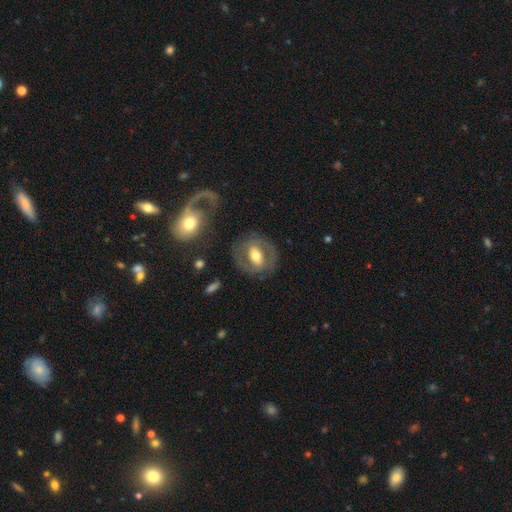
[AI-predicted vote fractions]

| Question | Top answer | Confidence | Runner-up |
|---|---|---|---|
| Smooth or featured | featured or disk | 61% | smooth (33%) |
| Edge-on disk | no | 93% | yes (7%) |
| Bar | strong | 37% | weak (33%) |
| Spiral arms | no | 57% | yes (43%) |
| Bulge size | moderate | 66% | large (16%) |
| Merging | none | 76% | minor disturbance (13%) |